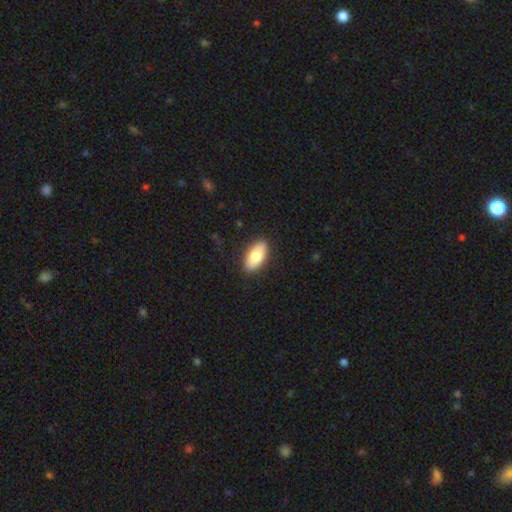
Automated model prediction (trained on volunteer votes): Overall: smooth (80%). How rounded: in between (90%). Merging: none (88%).